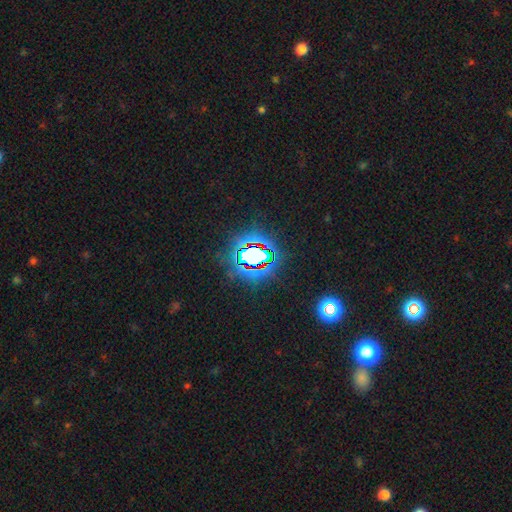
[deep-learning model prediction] Smooth or featured: star or artifact — 74% (smooth — 15%)